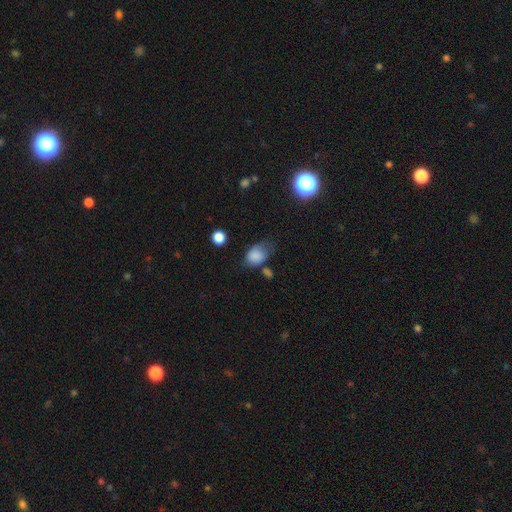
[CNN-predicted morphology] Q: Smooth or featured?
A: smooth (83%); runner-up: star or artifact (10%)
Q: How rounded?
A: in between (72%); runner-up: round (27%)
Q: Merging?
A: none (43%); runner-up: minor disturbance (36%)